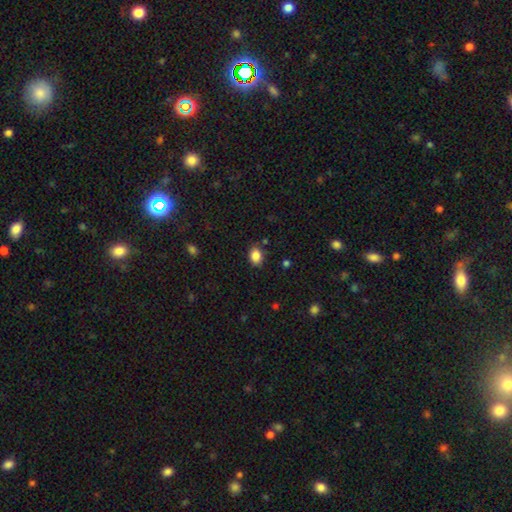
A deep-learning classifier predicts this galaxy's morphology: Smooth or featured? smooth (87%)
How rounded? in between (72%)
Merging? none (81%)